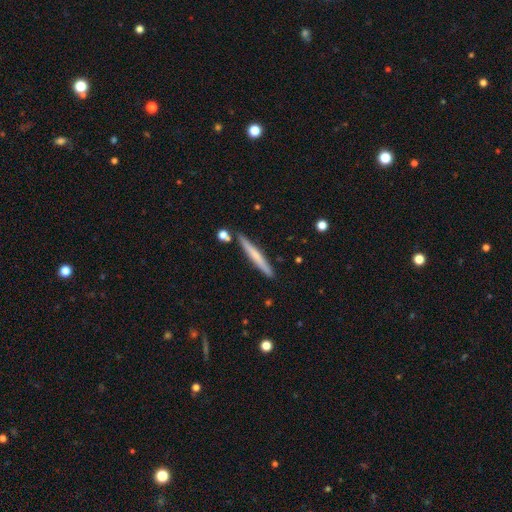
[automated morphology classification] Smooth or featured: smooth — 51% (featured or disk — 43%)
How rounded: cigar-shaped — 96% (in between — 3%)
Merging: none — 85% (minor disturbance — 9%)